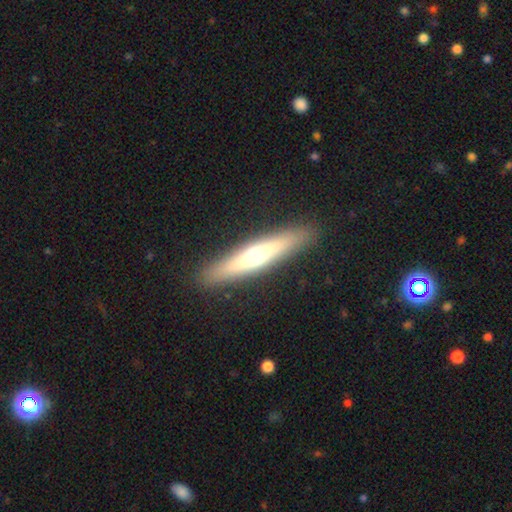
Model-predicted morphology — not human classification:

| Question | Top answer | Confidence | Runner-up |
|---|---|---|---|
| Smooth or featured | featured or disk | 50% | smooth (44%) |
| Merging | none | 90% | minor disturbance (7%) |